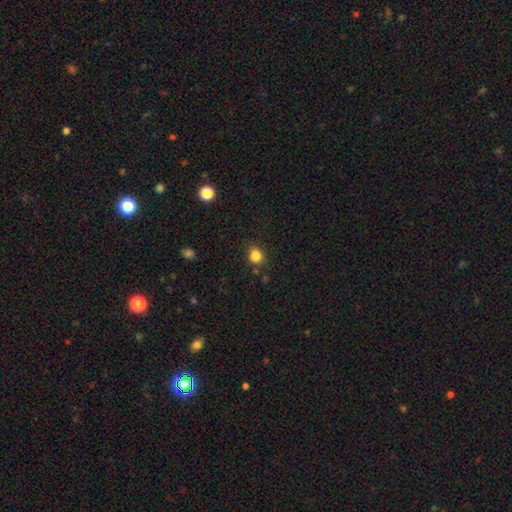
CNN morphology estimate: The model was most divided on "how rounded": round: 74%, in between: 25%, cigar-shaped: 1%. More confident: smooth or featured — smooth (84%); merging — none (79%).